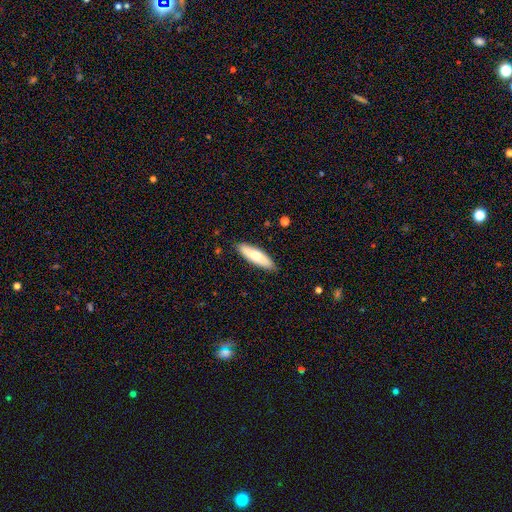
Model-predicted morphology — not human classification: smooth_or_featured: smooth (p=0.68) [alt: featured or disk p=0.27]
how_rounded: cigar-shaped (p=0.53) [alt: in between p=0.45]
merging: none (p=0.87) [alt: minor disturbance p=0.10]